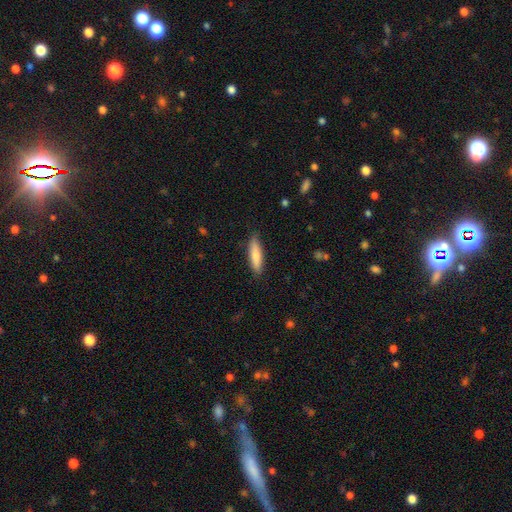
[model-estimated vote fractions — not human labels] smooth-or-featured: smooth: 75% | featured or disk: 20% | star or artifact: 6%
  how-rounded: cigar-shaped: 76% | in between: 22% | round: 2%
  merging: none: 87% | minor disturbance: 10% | major disturbance: 2% | merger: 1%